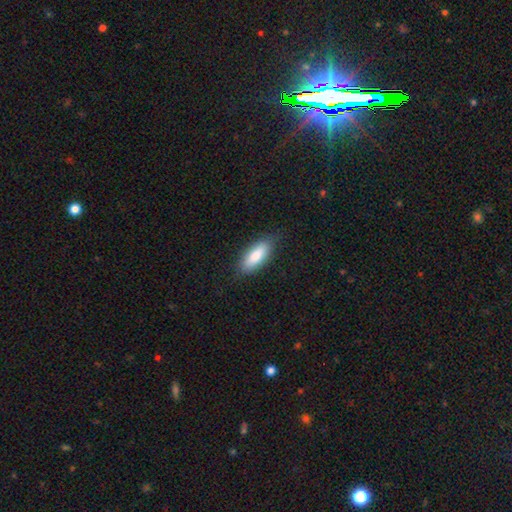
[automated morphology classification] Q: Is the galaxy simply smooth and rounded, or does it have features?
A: smooth — 80%.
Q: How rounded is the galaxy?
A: in between — 71%.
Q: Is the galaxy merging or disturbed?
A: none — 82%.